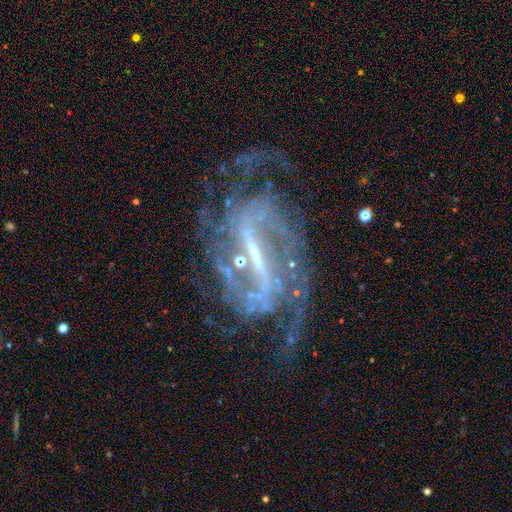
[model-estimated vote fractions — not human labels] A featured or disk galaxy (90%) with a strong bar (72%), 2 (67%) medium (44%) spiral arms (95%) and a small central bulge (52%). Merging: none (55%).